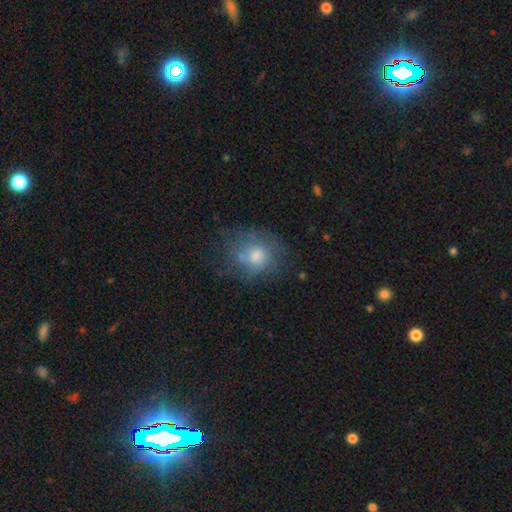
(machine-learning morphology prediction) smooth-or-featured: smooth: 58% | featured or disk: 30% | star or artifact: 11%
  how-rounded: round: 67% | in between: 32% | cigar-shaped: 1%
  merging: none: 54% | minor disturbance: 24% | major disturbance: 16% | merger: 6%